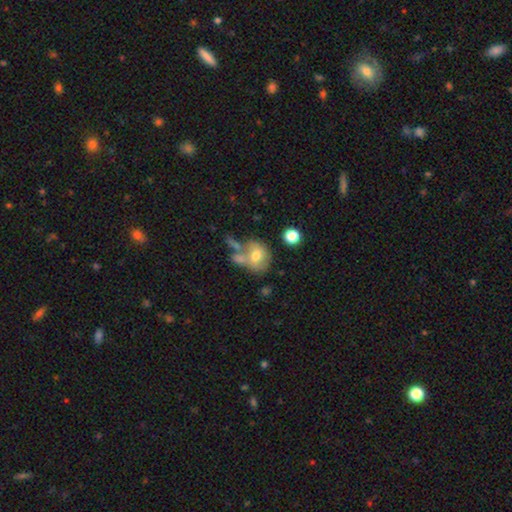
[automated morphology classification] A smooth galaxy with no disk features (64%) that is round (57%).

Vote fractions:
- Smooth or featured? smooth: 64% / featured or disk: 26% / star or artifact: 10%
- How rounded? round: 57% / in between: 41% / cigar-shaped: 1%
- Merging? merger: 38% / none: 37% / minor disturbance: 15% / major disturbance: 10%